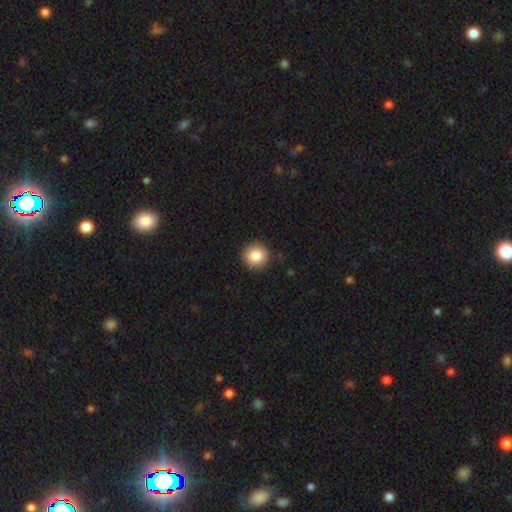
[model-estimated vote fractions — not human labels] Overall: smooth (86%). How rounded: round (93%). Merging: none (90%).